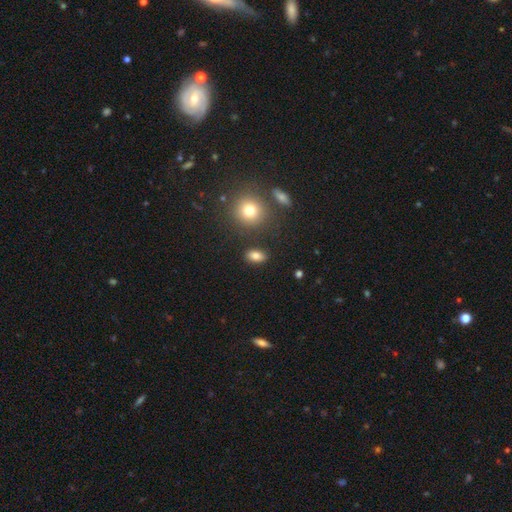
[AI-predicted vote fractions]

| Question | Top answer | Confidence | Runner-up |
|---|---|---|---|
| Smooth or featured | smooth | 83% | star or artifact (11%) |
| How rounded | in between | 85% | round (12%) |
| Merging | none | 86% | minor disturbance (9%) |